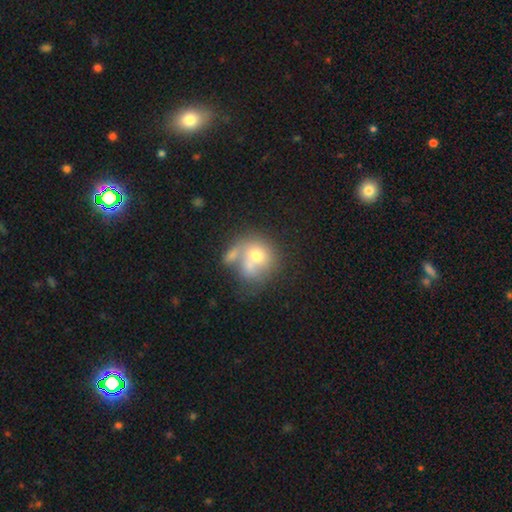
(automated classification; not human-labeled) Smooth or featured? Predicted: smooth (p=0.65). How rounded? Predicted: round (p=0.77). Merging? Predicted: merger (p=0.44).